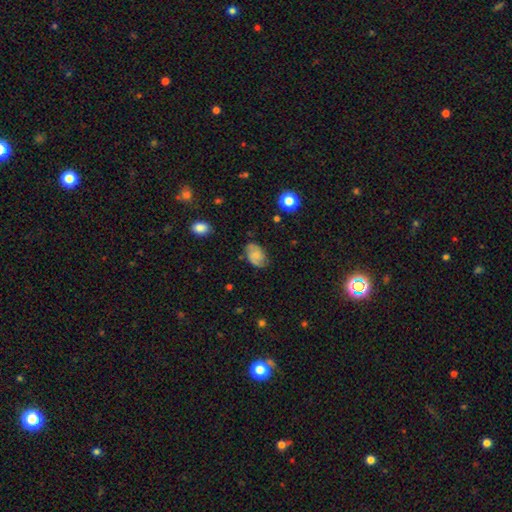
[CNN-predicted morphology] type=smooth (45%, tied with featured or disk); merging=none (71%).